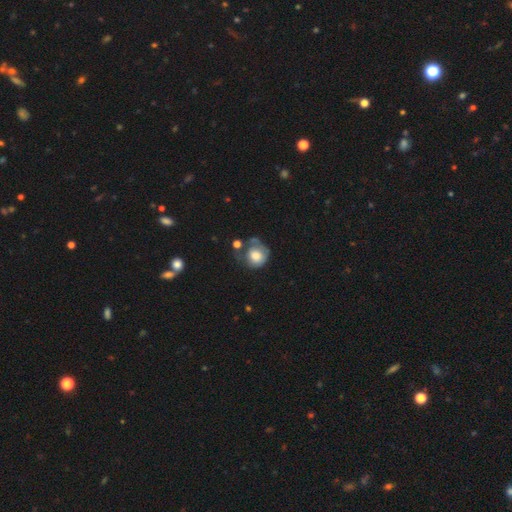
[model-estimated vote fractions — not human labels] The model was most divided on "merging": none: 31%, major disturbance: 29%, minor disturbance: 28%, merger: 12%. More confident: how rounded — round (77%); smooth or featured — smooth (65%).